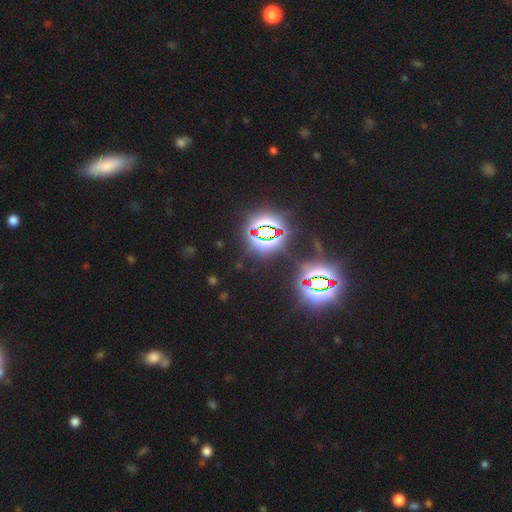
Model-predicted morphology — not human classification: smooth-or-featured: star or artifact: 79% | smooth: 14% | featured or disk: 7%